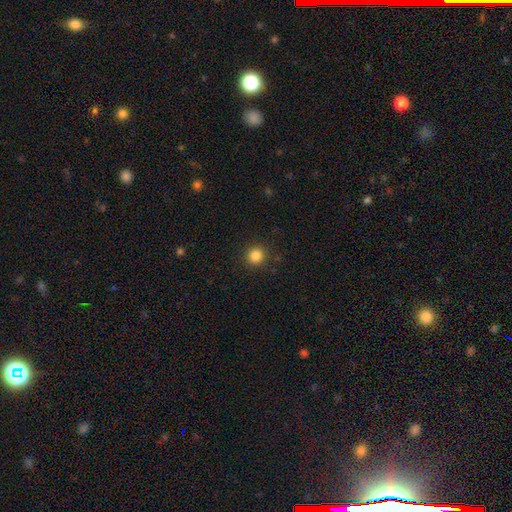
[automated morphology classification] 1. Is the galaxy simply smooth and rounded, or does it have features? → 84% smooth, 12% star or artifact, 4% featured or disk.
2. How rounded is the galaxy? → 93% round, 6% in between, 1% cigar-shaped.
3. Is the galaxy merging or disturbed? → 91% none, 6% minor disturbance, 2% major disturbance, 1% merger.